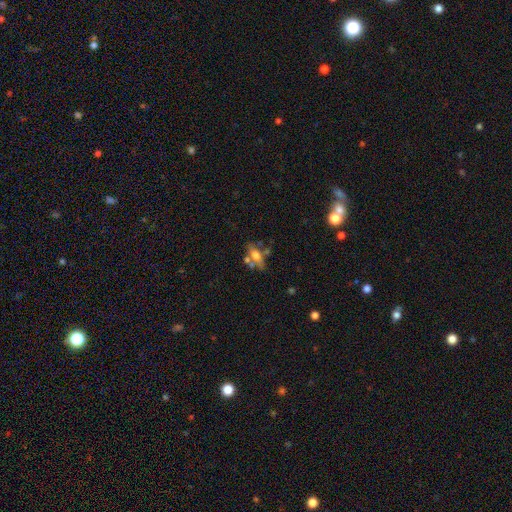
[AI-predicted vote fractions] smooth-or-featured: smooth: 47% | featured or disk: 42% | star or artifact: 11%
  merging: none: 47% | merger: 25% | minor disturbance: 18% | major disturbance: 11%